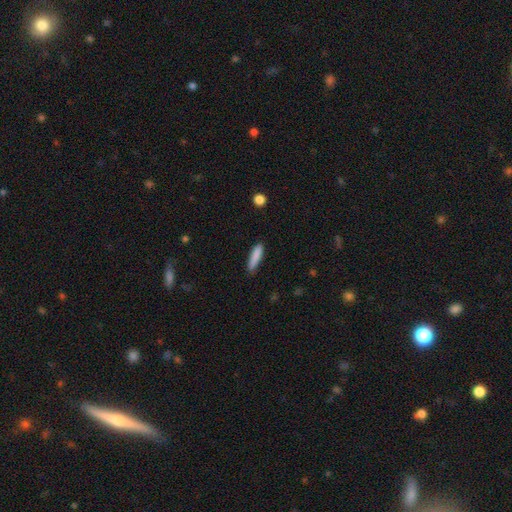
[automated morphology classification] smooth 85%, featured or disk 8%, star or artifact 6%. Down the decision tree: how rounded — cigar-shaped (83%); merging — none (84%).